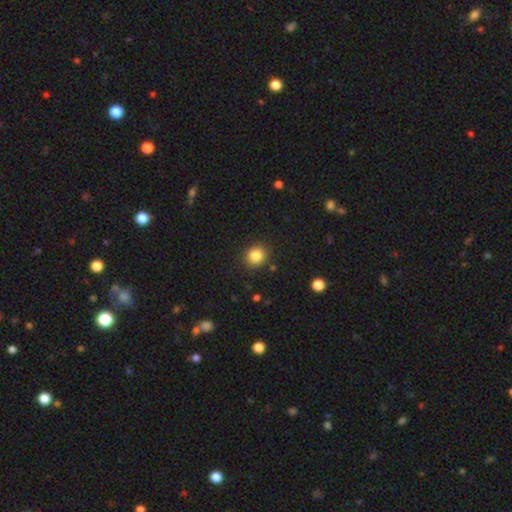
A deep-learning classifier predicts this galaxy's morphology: Smooth or featured? smooth (84%)
How rounded? round (81%)
Merging? none (88%)